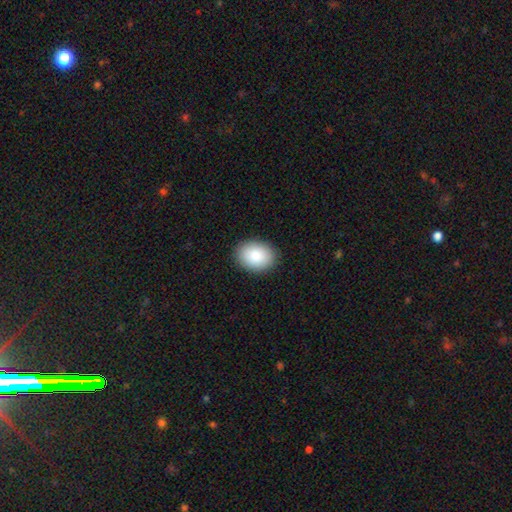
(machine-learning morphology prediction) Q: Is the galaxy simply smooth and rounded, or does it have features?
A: smooth — 87%.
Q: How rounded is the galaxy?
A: in between — 69%.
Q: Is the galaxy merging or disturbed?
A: none — 89%.